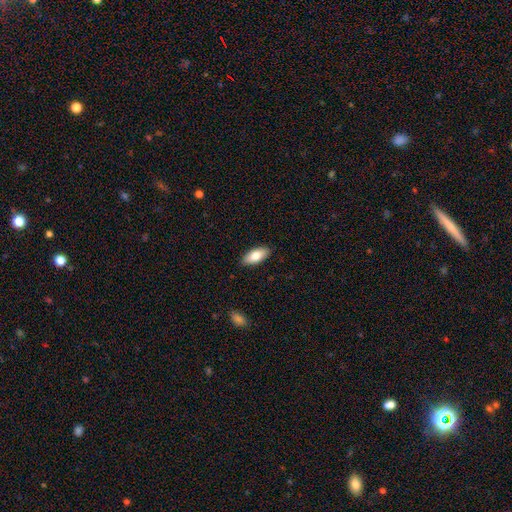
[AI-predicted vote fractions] smooth-or-featured: smooth: 79% | featured or disk: 15% | star or artifact: 6%
  how-rounded: in between: 88% | cigar-shaped: 10% | round: 2%
  merging: none: 88% | minor disturbance: 9% | major disturbance: 2% | merger: 1%